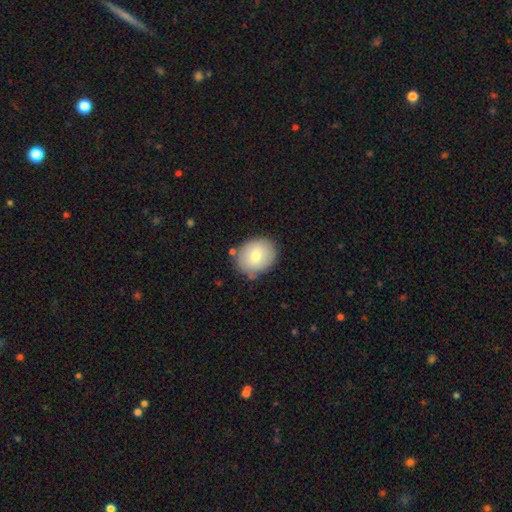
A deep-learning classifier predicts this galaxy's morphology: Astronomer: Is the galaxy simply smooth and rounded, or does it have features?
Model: smooth — 76%.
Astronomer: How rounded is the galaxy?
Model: round — 60% (runner-up: in between, 39%).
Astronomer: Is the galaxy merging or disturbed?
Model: none — 75%.